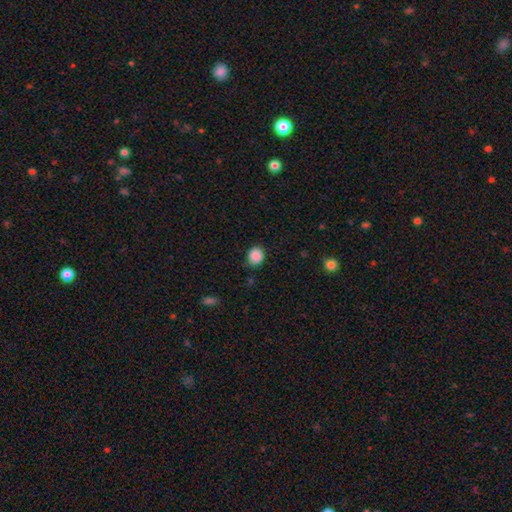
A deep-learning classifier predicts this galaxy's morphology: The model was most divided on "how rounded": round: 70%, in between: 29%, cigar-shaped: 1%. More confident: smooth or featured — smooth (88%); merging — none (77%).